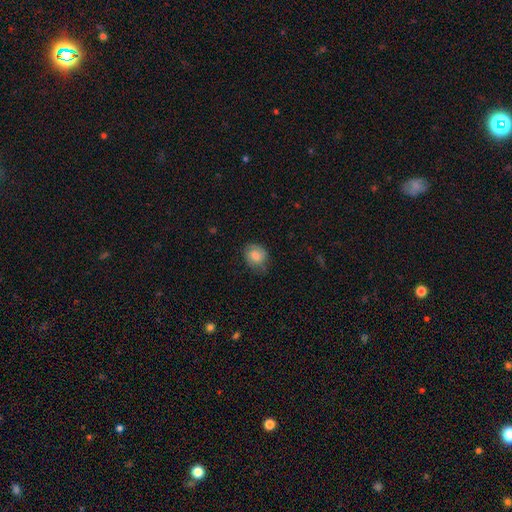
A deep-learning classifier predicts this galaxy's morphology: This appears to be a smooth galaxy with no disk features (79%) that is round (65%). Merging: none (65%).